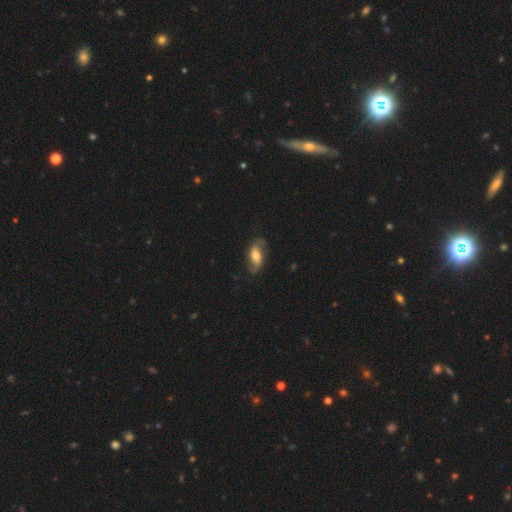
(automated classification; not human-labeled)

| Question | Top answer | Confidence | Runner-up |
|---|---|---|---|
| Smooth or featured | featured or disk | 69% | smooth (24%) |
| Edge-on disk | no | 93% | yes (7%) |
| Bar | weak | 41% | no (35%) |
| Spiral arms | yes | 90% | no (10%) |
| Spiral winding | loose | 53% | medium (35%) |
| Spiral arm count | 2 | 90% | can't tell (5%) |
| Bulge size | moderate | 53% | large (24%) |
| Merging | none | 74% | minor disturbance (17%) |